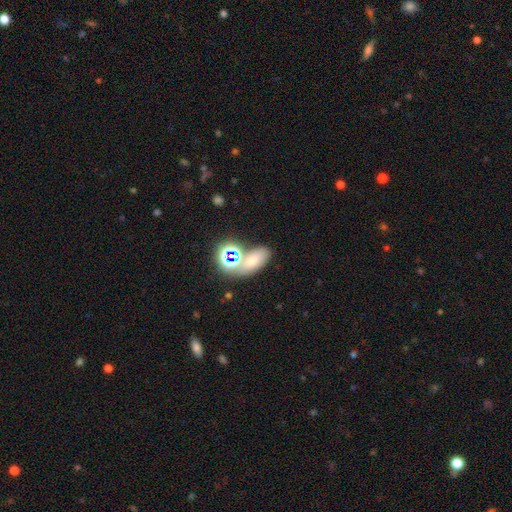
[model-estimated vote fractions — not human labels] Morphology: type=smooth (60%); roundness=in between (78%); merging=none (55%).